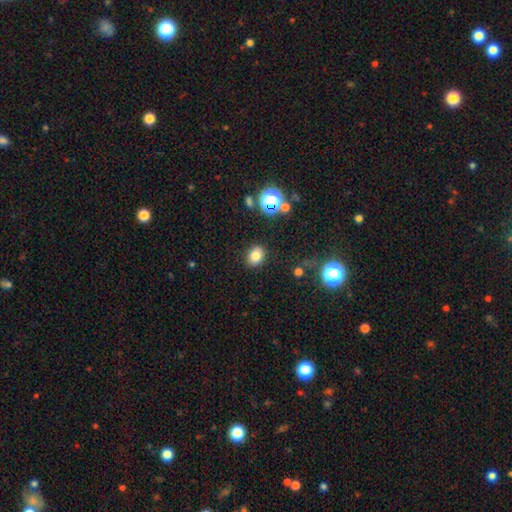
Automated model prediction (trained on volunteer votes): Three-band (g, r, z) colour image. It shows a smooth galaxy with no disk features (80%) that is in between round and cigar-shaped (50%). Merging: none (87%).